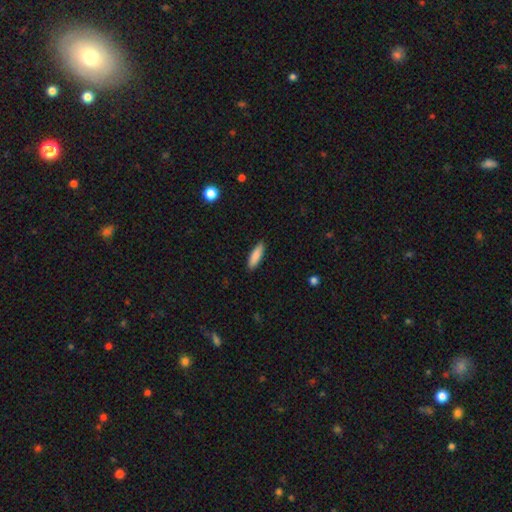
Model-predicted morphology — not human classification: The model was most divided on "how rounded": cigar-shaped: 57%, in between: 41%, round: 2%. More confident: merging — none (89%); smooth or featured — smooth (86%).